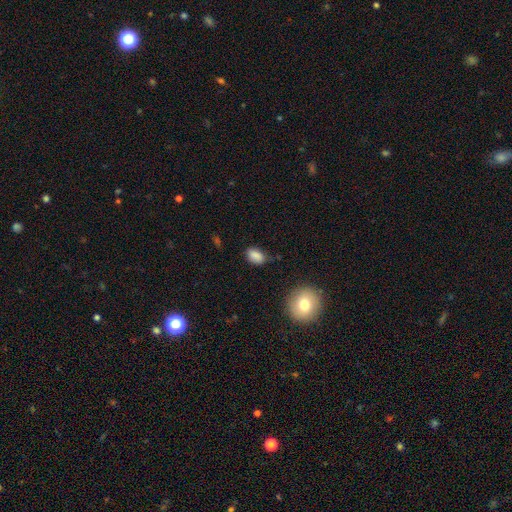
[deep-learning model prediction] A smooth galaxy with no disk features (85%) that is in between round and cigar-shaped (86%).

Vote fractions:
- Smooth or featured? smooth: 85% / star or artifact: 10% / featured or disk: 6%
- How rounded? in between: 86% / round: 12% / cigar-shaped: 2%
- Merging? none: 68% / minor disturbance: 24% / major disturbance: 5% / merger: 3%